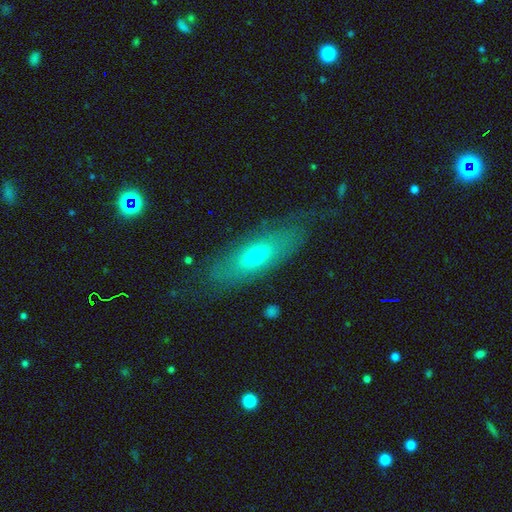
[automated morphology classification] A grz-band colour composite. It shows a smooth galaxy with no disk features (50%). Merging: none (75%).